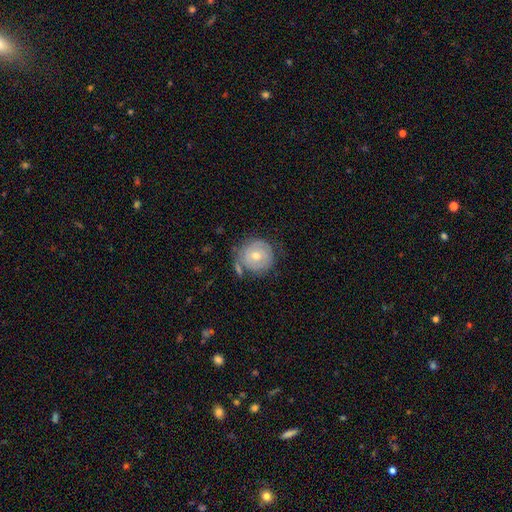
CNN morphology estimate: type=smooth (47%); merging=none (69%).